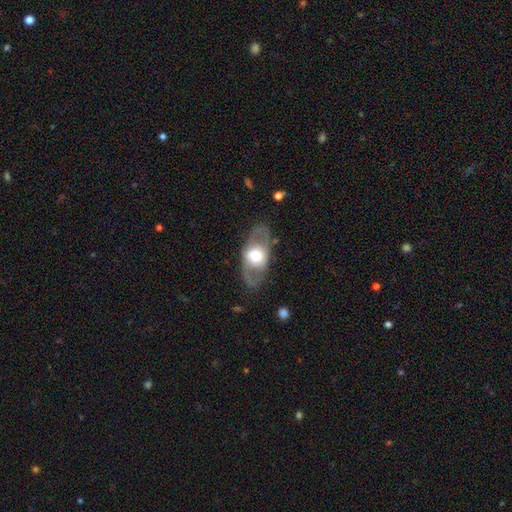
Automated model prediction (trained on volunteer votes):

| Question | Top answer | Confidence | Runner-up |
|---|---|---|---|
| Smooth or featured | featured or disk | 58% | smooth (36%) |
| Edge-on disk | no | 85% | yes (15%) |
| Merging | none | 78% | minor disturbance (12%) |